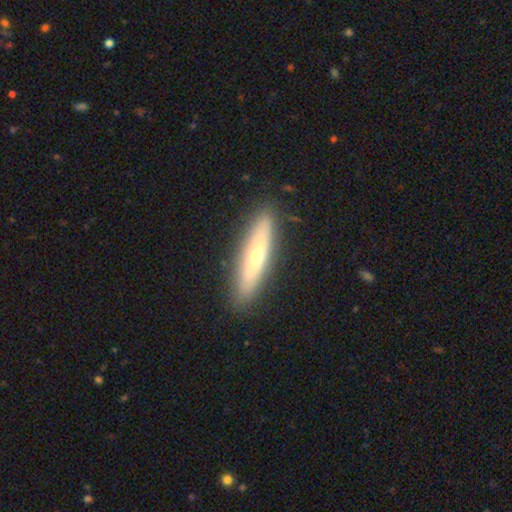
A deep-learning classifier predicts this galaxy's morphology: Smooth or featured?
  - smooth: 48% *
  - featured or disk: 46%
  - star or artifact: 6%
Merging?
  - none: 88% *
  - minor disturbance: 8%
  - major disturbance: 2%
  - merger: 1%